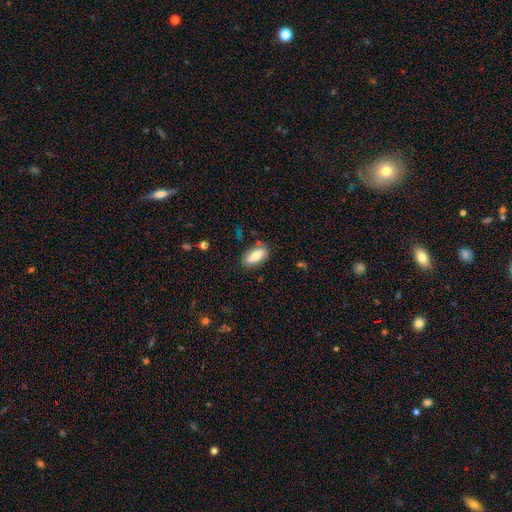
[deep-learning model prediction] Smooth or featured?
  - smooth: 69% *
  - featured or disk: 24%
  - star or artifact: 7%
How rounded?
  - in between: 89% *
  - cigar-shaped: 8%
  - round: 3%
Merging?
  - none: 80% *
  - minor disturbance: 14%
  - major disturbance: 3%
  - merger: 3%